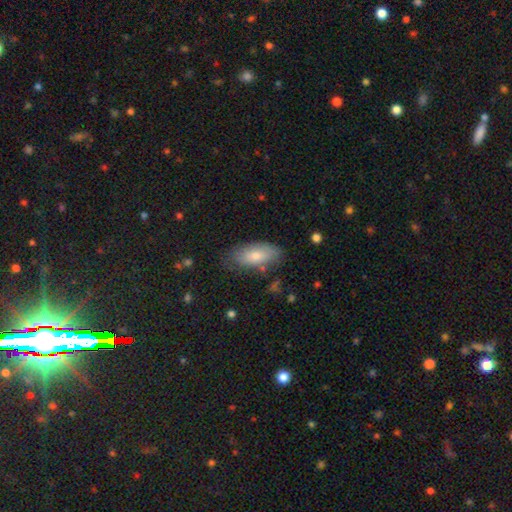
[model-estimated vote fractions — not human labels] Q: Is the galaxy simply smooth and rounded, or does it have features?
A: smooth — 77%.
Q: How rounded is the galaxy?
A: in between — 88%.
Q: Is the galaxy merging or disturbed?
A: none — 71%.